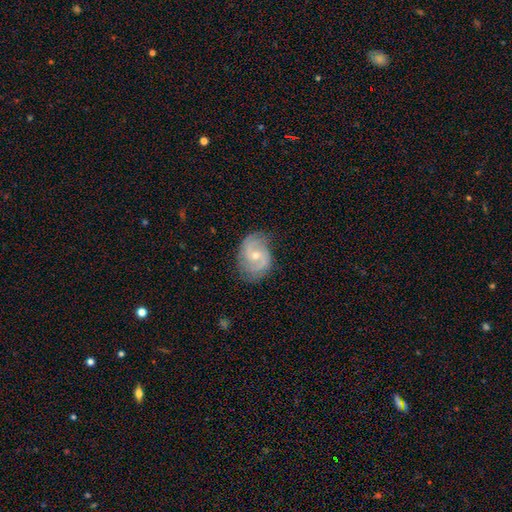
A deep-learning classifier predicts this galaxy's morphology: This is likely a featured or disk galaxy (79%). It is clearly not viewed edge-on (97%). Bar: possibly no (49%). Spiral arm pattern: clearly yes (93%). Spiral arm count: likely 2 (78%). Spiral winding: possibly medium (47%). Central bulge: possibly small (49%). Merging: likely none (75%).